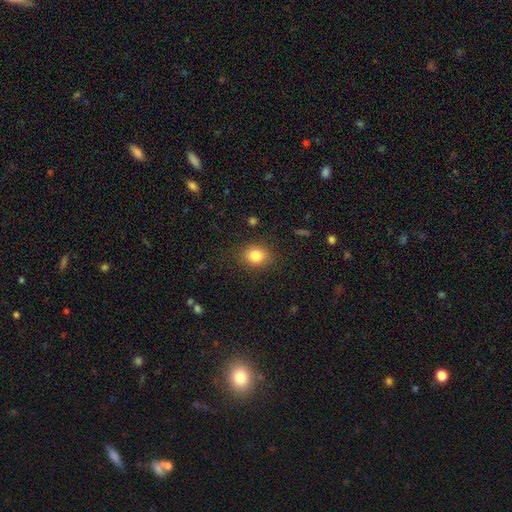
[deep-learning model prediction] Q: Smooth or featured?
A: smooth (83%); runner-up: star or artifact (10%)
Q: How rounded?
A: round (56%); runner-up: in between (43%)
Q: Merging?
A: none (85%); runner-up: minor disturbance (10%)